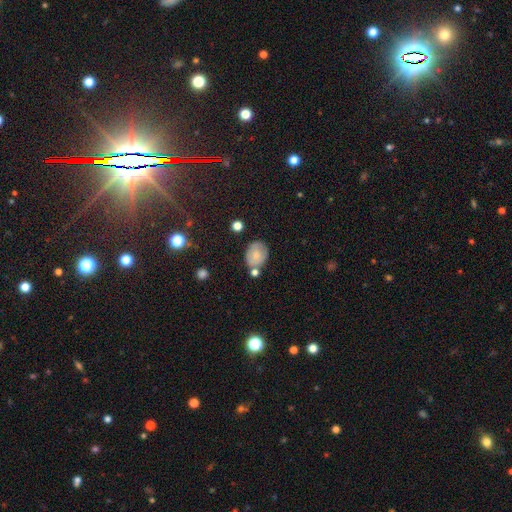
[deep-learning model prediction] This is likely a smooth galaxy (69%). How rounded: likely in between (61%). Merging: likely none (62%).